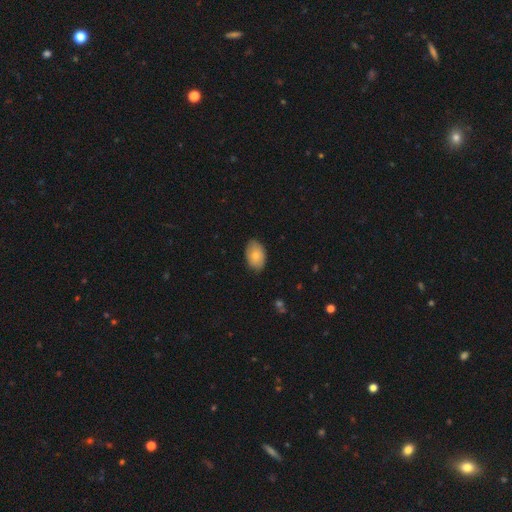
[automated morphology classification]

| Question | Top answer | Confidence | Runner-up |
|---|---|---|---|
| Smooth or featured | smooth | 78% | featured or disk (16%) |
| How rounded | in between | 90% | round (9%) |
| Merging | none | 82% | minor disturbance (14%) |